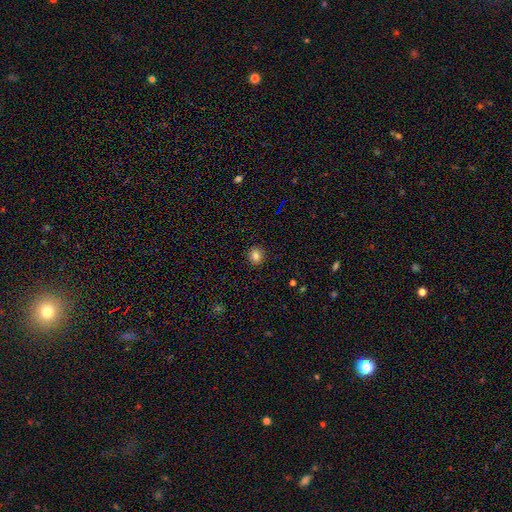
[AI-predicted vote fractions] Smooth or featured? Predicted: smooth (p=0.82). How rounded? Predicted: round (p=0.83). Merging? Predicted: none (p=0.91).